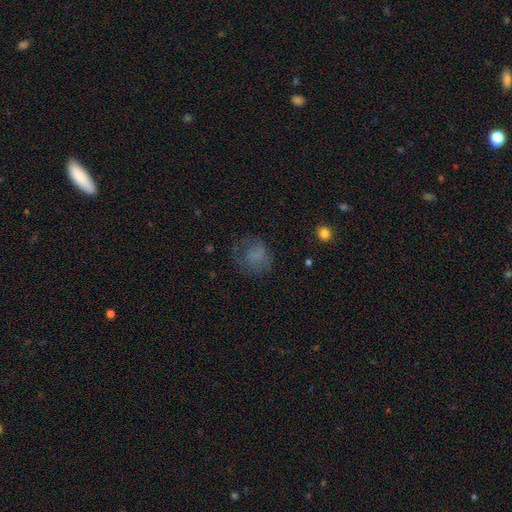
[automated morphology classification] smooth_or_featured: smooth (p=0.65) [alt: featured or disk p=0.20]
how_rounded: round (p=0.70) [alt: in between p=0.29]
merging: none (p=0.54) [alt: minor disturbance p=0.23]